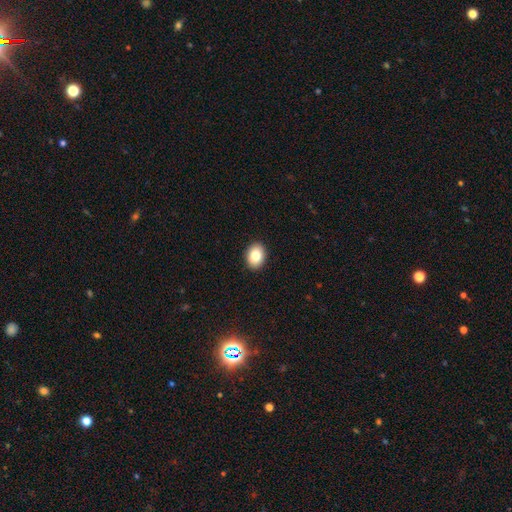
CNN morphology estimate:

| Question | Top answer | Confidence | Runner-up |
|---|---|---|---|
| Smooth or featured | smooth | 83% | featured or disk (9%) |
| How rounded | in between | 68% | round (31%) |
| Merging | none | 92% | minor disturbance (6%) |